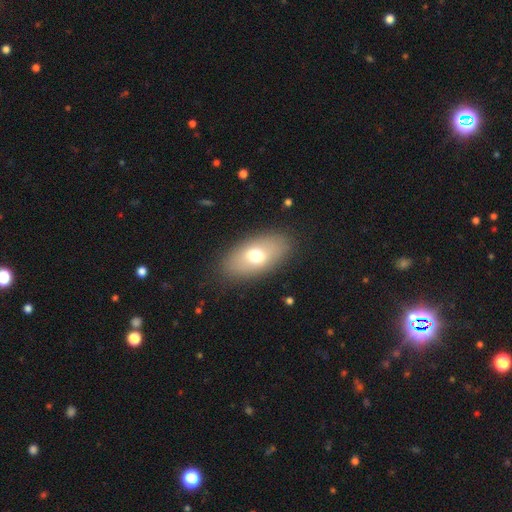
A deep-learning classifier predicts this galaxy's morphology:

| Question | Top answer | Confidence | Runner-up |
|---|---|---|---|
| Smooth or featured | smooth | 68% | featured or disk (24%) |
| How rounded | in between | 90% | round (6%) |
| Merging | none | 85% | minor disturbance (10%) |